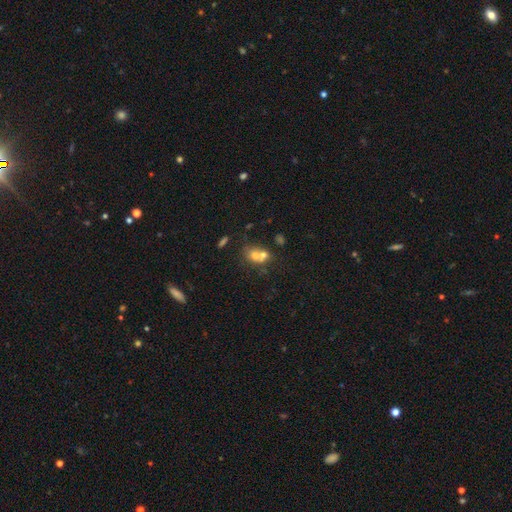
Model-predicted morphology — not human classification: Smooth or featured? Predicted: smooth (p=0.64). How rounded? Predicted: round (p=0.62). Merging? Predicted: merger (p=0.58).